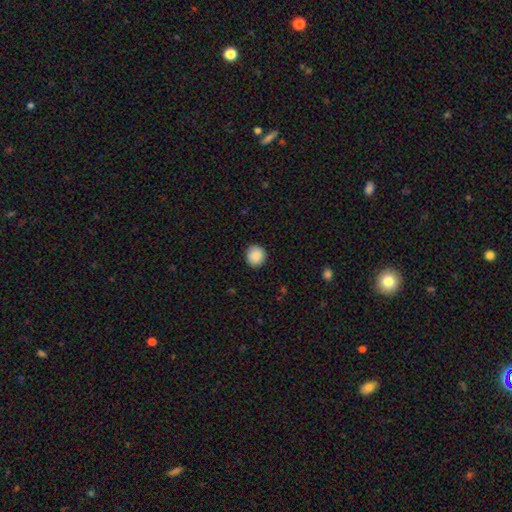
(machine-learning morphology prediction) Smooth or featured? smooth (89%)
How rounded? round (92%)
Merging? none (90%)